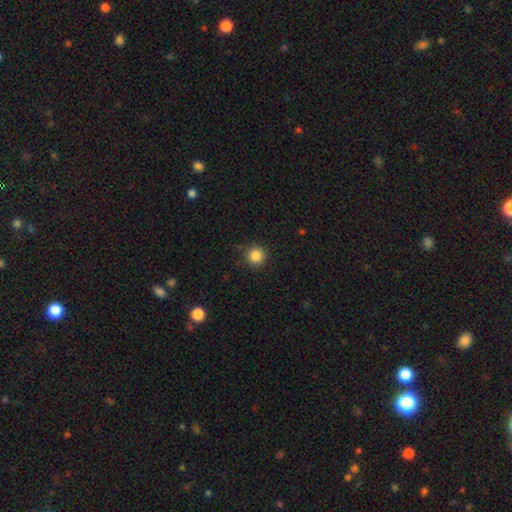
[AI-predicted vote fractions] Morphology: type=smooth (85%); roundness=round (95%); merging=none (90%).